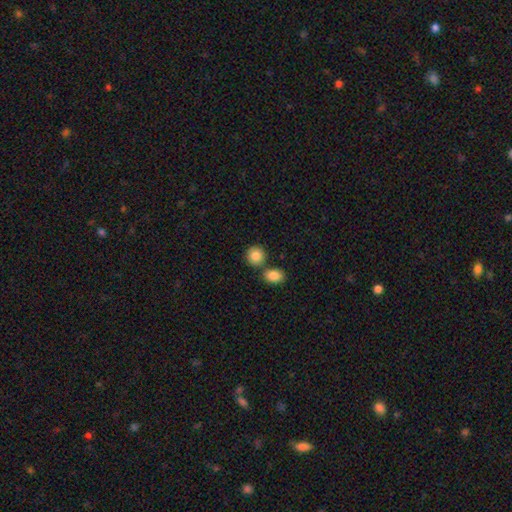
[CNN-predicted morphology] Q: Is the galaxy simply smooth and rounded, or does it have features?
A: smooth — 86%.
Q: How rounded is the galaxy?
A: round — 84%.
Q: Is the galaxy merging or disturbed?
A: none — 68%.